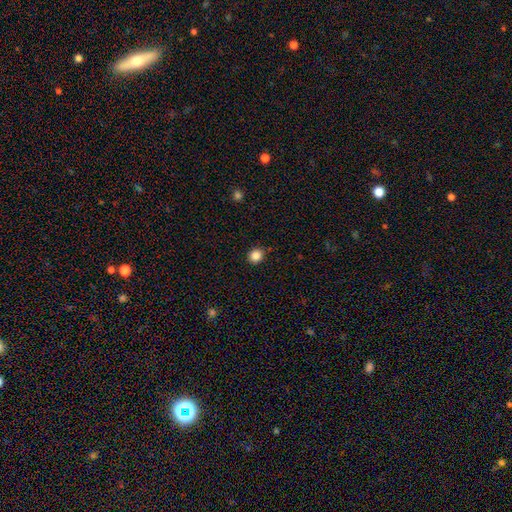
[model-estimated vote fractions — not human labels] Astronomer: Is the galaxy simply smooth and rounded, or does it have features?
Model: smooth — 85%.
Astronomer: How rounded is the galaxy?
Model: round — 83%.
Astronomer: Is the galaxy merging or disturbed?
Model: none — 88%.